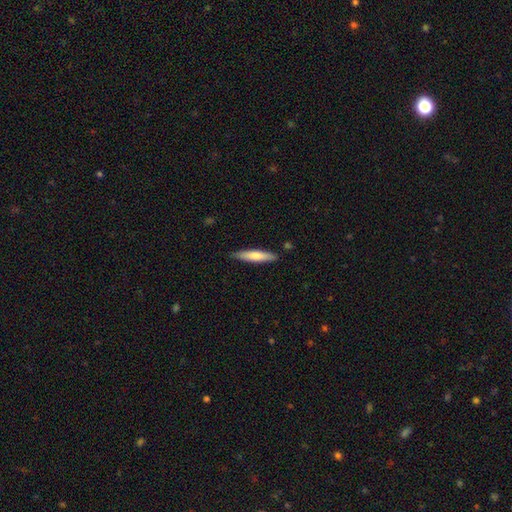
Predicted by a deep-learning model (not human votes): This appears to be a smooth galaxy with no disk features (69%) that is cigar-shaped (86%). Merging: none (86%).